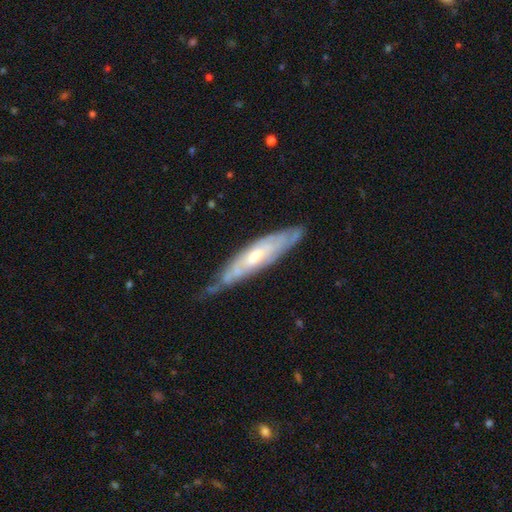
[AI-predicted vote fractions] Smooth or featured: featured or disk — 74% (smooth — 21%)
Edge-on disk: no — 63% (yes — 37%)
Merging: none — 61% (minor disturbance — 29%)